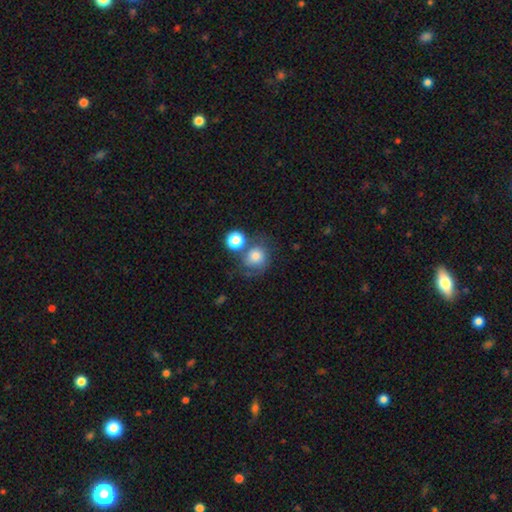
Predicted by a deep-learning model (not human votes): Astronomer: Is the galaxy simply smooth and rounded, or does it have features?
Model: smooth — 74%.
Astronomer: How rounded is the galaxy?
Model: round — 83%.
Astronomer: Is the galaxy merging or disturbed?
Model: none — 47% (runner-up: merger, 27%).